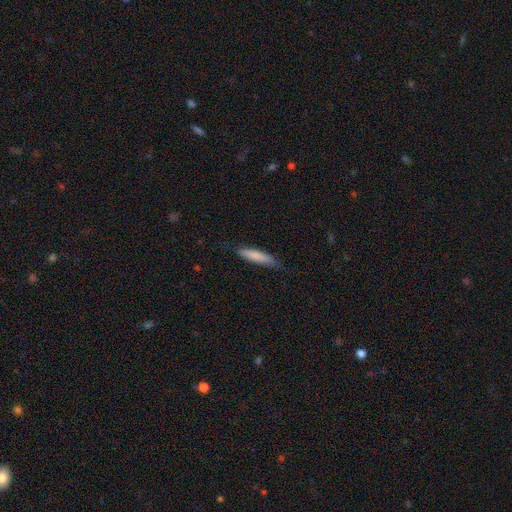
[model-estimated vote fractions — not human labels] Smooth or featured? smooth (80%)
How rounded? cigar-shaped (86%)
Merging? none (78%)